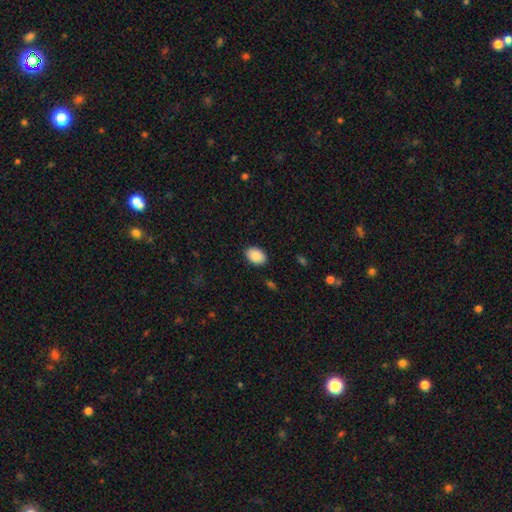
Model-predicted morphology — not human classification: This is clearly a smooth galaxy (89%). How rounded: clearly in between (84%). Merging: clearly none (88%).